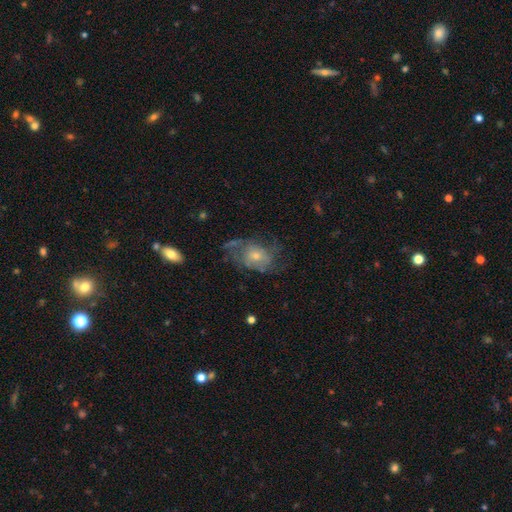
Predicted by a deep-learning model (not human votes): A featured or disk galaxy (58%) with no bar (79%), spiral arms (69%) and a small central bulge (54%). Merging: none (41%).